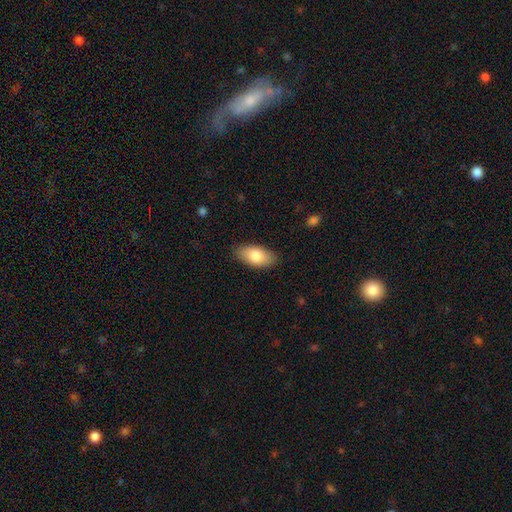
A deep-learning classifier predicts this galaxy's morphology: Smooth or featured: smooth — 84% (featured or disk — 10%)
How rounded: in between — 93% (cigar-shaped — 4%)
Merging: none — 86% (minor disturbance — 11%)